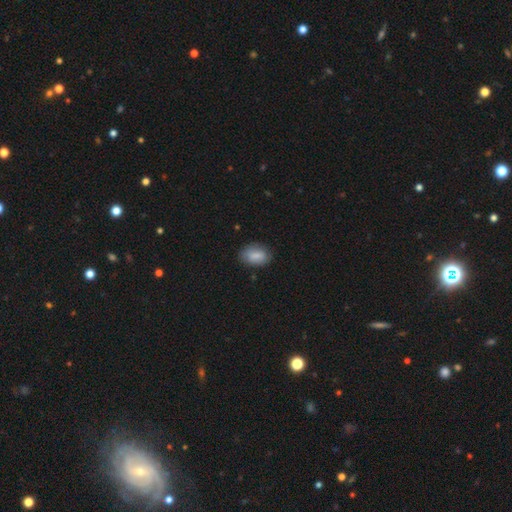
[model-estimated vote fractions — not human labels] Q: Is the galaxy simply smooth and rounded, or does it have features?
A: smooth — 80%.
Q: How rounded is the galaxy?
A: in between — 86%.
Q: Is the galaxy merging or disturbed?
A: none — 76%.